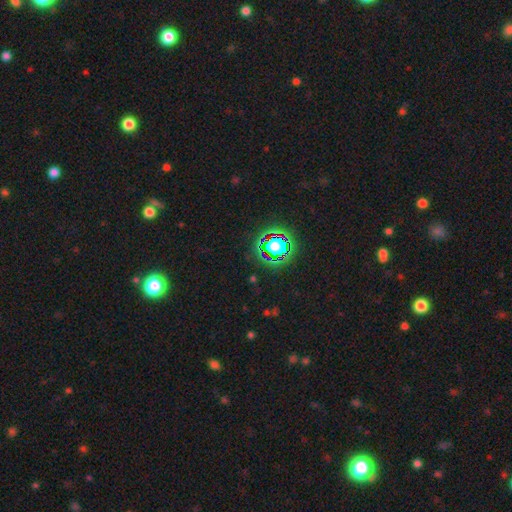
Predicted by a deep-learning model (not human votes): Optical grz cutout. It shows a star or artifact, not a galaxy (80%).